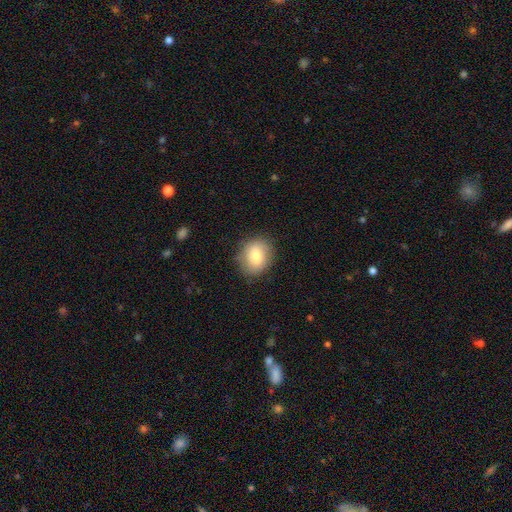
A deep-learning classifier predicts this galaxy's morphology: The model was most divided on "how rounded": round: 53%, in between: 46%, cigar-shaped: 1%. More confident: merging — none (81%); smooth or featured — smooth (78%).